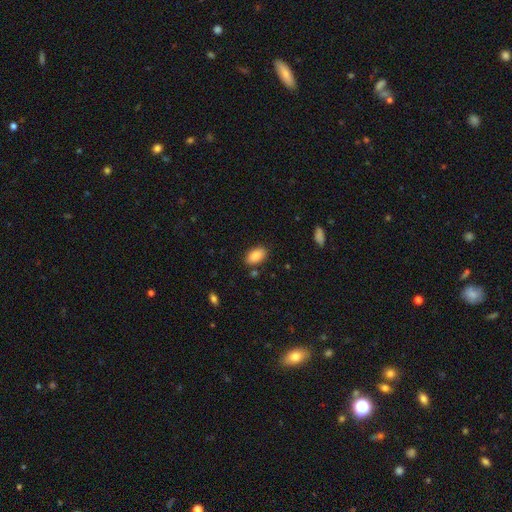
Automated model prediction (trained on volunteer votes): This appears to be a smooth galaxy with no disk features (88%) that is in between round and cigar-shaped (93%). Merging: none (84%).